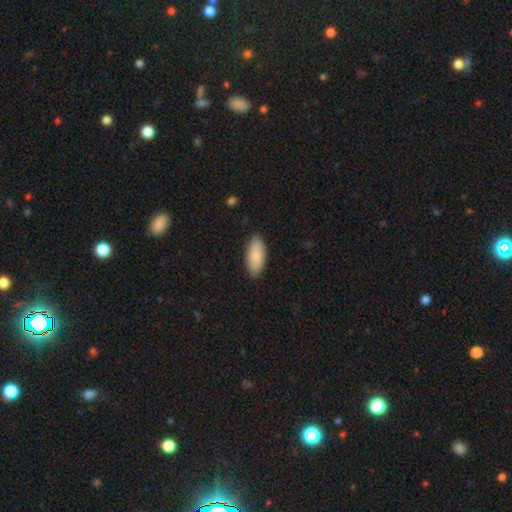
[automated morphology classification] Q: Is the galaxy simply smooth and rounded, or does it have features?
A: smooth — 85%.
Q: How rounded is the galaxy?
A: in between — 91%.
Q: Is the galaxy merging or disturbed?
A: none — 87%.